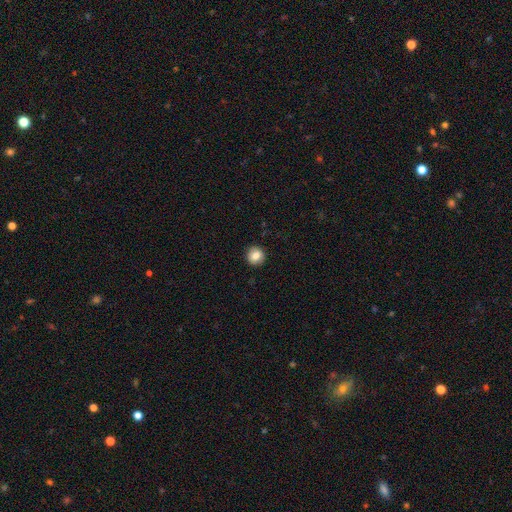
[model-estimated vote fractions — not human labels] This appears to be a smooth galaxy with no disk features (82%) that is round (93%). Merging: none (92%).